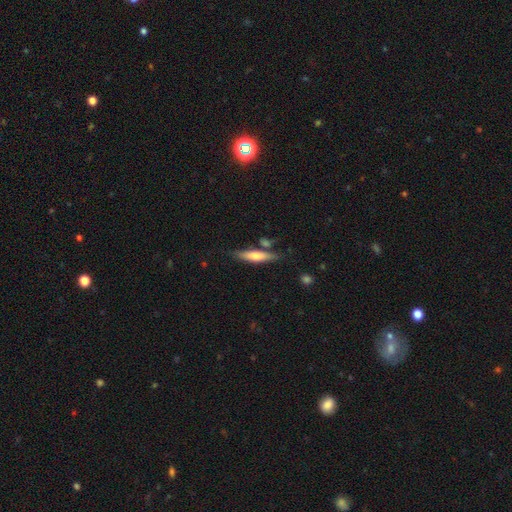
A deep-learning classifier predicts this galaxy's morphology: Q: Smooth or featured?
A: smooth (57%); runner-up: featured or disk (37%)
Q: How rounded?
A: cigar-shaped (80%); runner-up: in between (18%)
Q: Merging?
A: none (73%); runner-up: minor disturbance (14%)